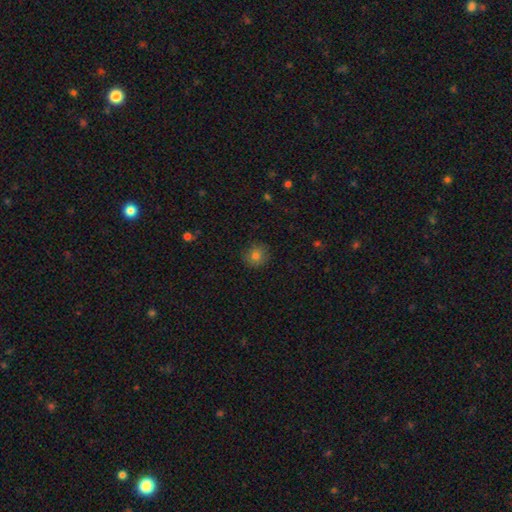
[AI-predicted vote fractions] Smooth or featured?
  - smooth: 80% *
  - star or artifact: 13%
  - featured or disk: 7%
How rounded?
  - round: 89% *
  - in between: 10%
  - cigar-shaped: 1%
Merging?
  - none: 86% *
  - minor disturbance: 11%
  - major disturbance: 3%
  - merger: 1%